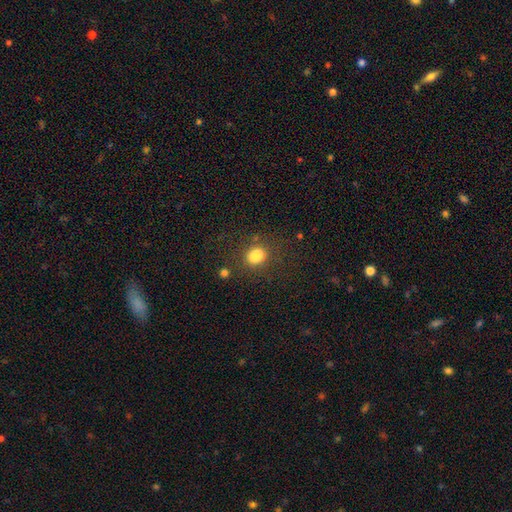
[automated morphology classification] This appears to be a smooth galaxy with no disk features (83%) that is round (51%). Merging: none (75%).